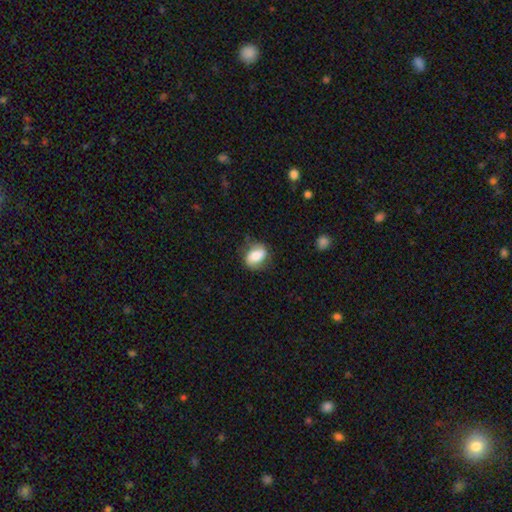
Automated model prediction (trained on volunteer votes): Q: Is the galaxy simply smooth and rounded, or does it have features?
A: smooth — 62%.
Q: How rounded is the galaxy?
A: in between — 68%.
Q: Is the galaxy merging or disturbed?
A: none — 72%.